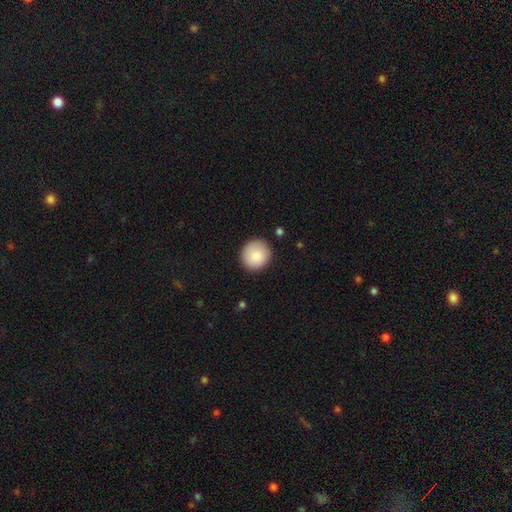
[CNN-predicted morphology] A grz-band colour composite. It shows a smooth galaxy with no disk features (85%) that is round (92%). Merging: none (89%).